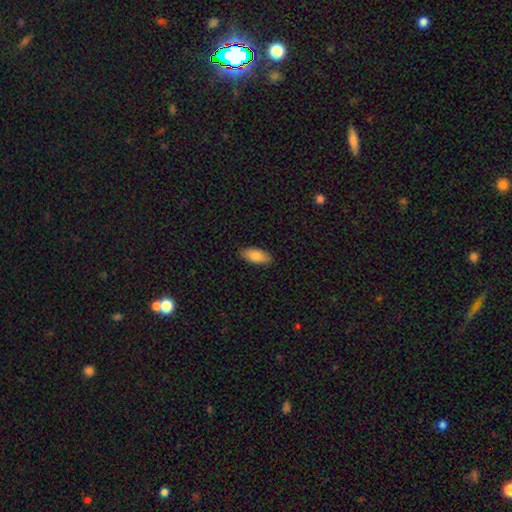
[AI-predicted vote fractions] Smooth or featured? Predicted: smooth (p=0.85). How rounded? Predicted: in between (p=0.88). Merging? Predicted: none (p=0.89).